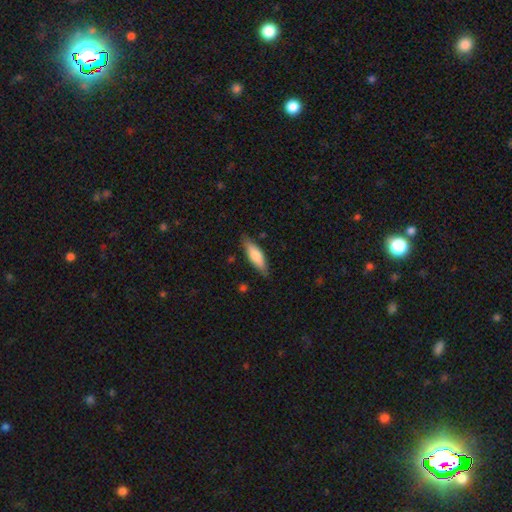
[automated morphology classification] smooth-or-featured: smooth: 74% | featured or disk: 21% | star or artifact: 6%
  how-rounded: cigar-shaped: 56% | in between: 43% | round: 2%
  merging: none: 83% | minor disturbance: 13% | major disturbance: 2% | merger: 1%